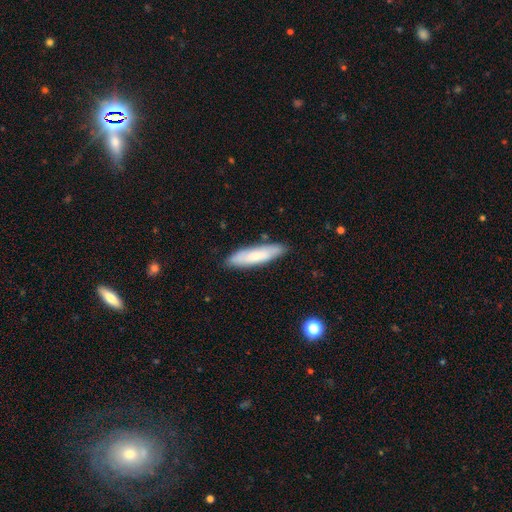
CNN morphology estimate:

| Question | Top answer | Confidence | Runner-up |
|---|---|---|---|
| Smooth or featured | smooth | 74% | featured or disk (21%) |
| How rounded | cigar-shaped | 75% | in between (24%) |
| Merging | none | 85% | minor disturbance (11%) |